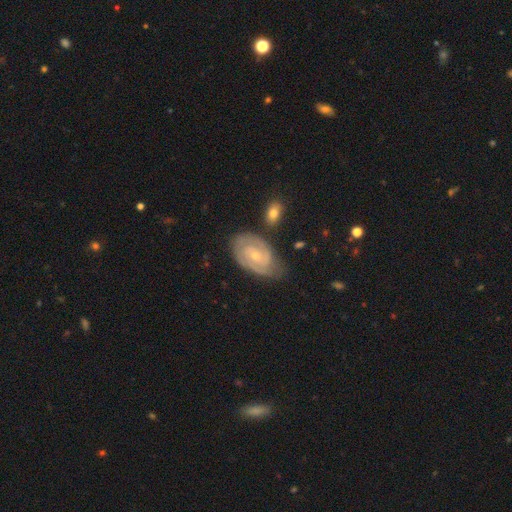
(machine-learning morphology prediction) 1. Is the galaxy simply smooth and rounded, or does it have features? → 84% featured or disk, 10% smooth, 5% star or artifact.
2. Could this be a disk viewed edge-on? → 96% no, 4% yes.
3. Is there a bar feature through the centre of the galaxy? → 62% no, 32% weak, 6% strong.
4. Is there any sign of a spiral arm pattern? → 95% yes, 5% no.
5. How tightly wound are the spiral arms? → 67% tight, 28% medium, 6% loose.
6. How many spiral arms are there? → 63% 2, 17% can't tell, 12% 3, 3% 1, 3% 4, 2% more than 4.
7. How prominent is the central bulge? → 67% small, 30% moderate, 1% none, 1% large, 1% dominant.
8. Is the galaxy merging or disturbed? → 71% none, 20% minor disturbance, 6% major disturbance, 4% merger.